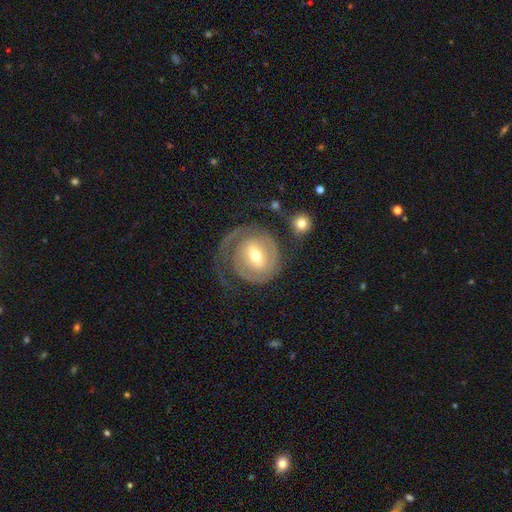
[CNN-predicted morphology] A featured or disk galaxy (80%) with a weak bar (52%), 2 (47%) tight (59%) spiral arms (88%) and a moderate central bulge (67%).

Vote fractions:
- Smooth or featured? featured or disk: 80% / smooth: 15% / star or artifact: 5%
- Edge-on disk? no: 97% / yes: 3%
- Bar? weak: 52% / strong: 25% / no: 22%
- Spiral arms? yes: 88% / no: 12%
- Spiral winding? tight: 59% / medium: 28% / loose: 12%
- Spiral arm count? 2: 47% / 1: 27% / can't tell: 17% / 3: 5% / 4: 2% / more than 4: 2%
- Bulge size? moderate: 67% / small: 25% / large: 6% / dominant: 1% / none: 1%
- Merging? none: 55% / major disturbance: 23% / minor disturbance: 17% / merger: 5%